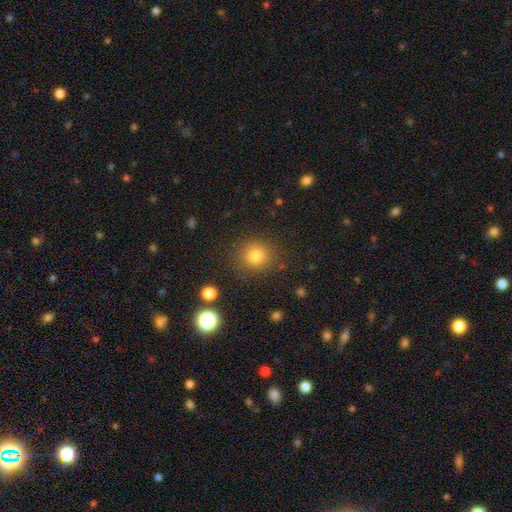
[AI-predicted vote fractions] Smooth or featured?
  - smooth: 78% *
  - star or artifact: 15%
  - featured or disk: 7%
How rounded?
  - round: 89% *
  - in between: 10%
  - cigar-shaped: 1%
Merging?
  - none: 87% *
  - minor disturbance: 8%
  - major disturbance: 3%
  - merger: 2%